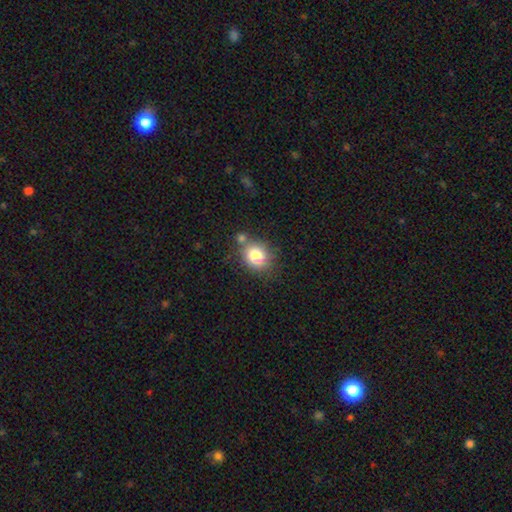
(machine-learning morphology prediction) A smooth galaxy with no disk features (80%) that is round (68%). Merging: none (64%).